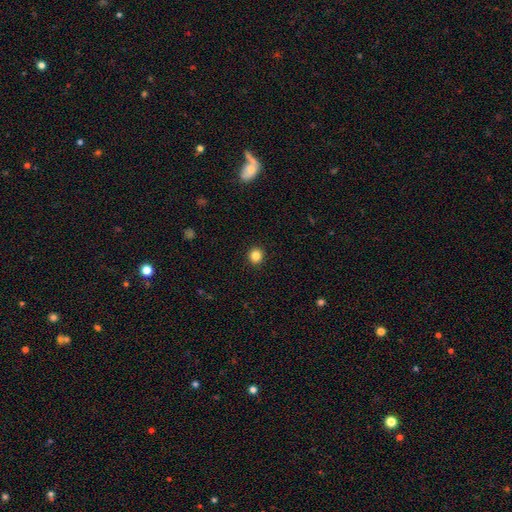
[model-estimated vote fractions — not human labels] Q: Smooth or featured?
A: smooth (84%); runner-up: star or artifact (11%)
Q: How rounded?
A: round (90%); runner-up: in between (9%)
Q: Merging?
A: none (93%); runner-up: minor disturbance (4%)